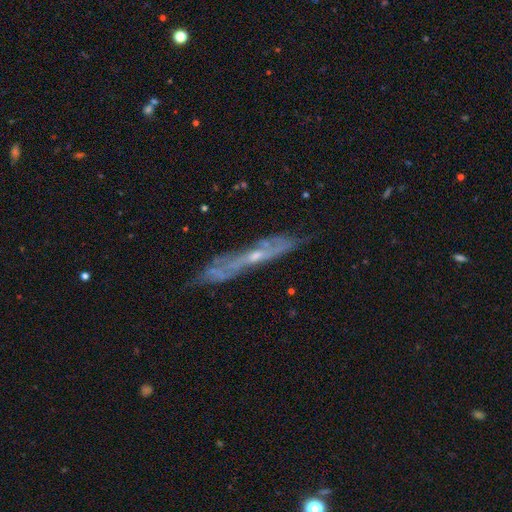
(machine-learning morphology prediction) Overall: featured or disk (73%). Edge-on disk: yes (61%; no 39%). Merging: none (66%).